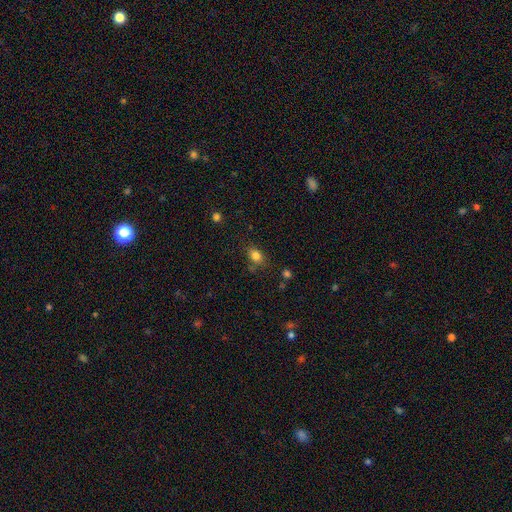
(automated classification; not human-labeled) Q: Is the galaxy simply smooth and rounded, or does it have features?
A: smooth — 82%.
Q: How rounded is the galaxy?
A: in between — 66%.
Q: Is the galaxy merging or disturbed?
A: none — 73%.